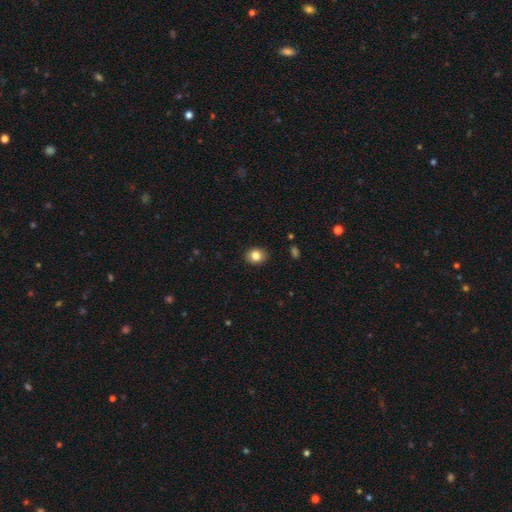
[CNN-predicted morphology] type=smooth (84%); roundness=round (60%); merging=none (89%).